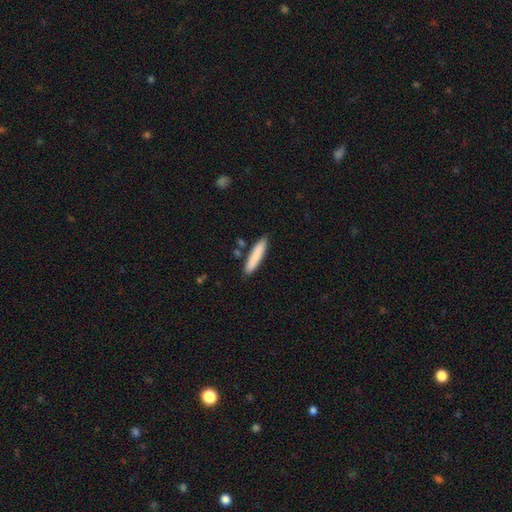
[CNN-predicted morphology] A smooth galaxy with no disk features (83%) that is cigar-shaped (87%). Merging: none (84%).